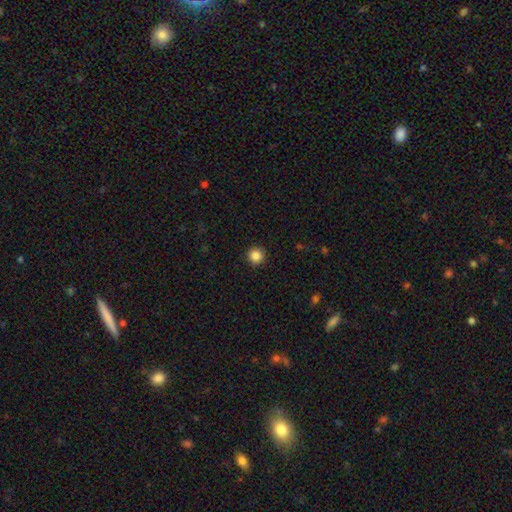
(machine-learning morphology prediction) This appears to be a smooth galaxy with no disk features (86%) that is round (96%). Merging: none (93%).